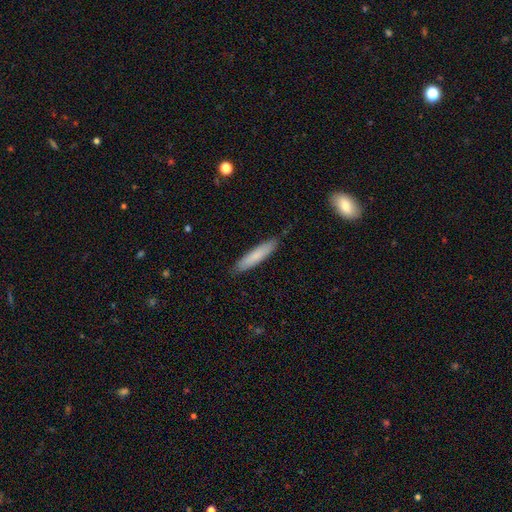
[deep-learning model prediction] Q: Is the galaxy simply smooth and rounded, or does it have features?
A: smooth — 78%.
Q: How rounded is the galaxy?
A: cigar-shaped — 86%.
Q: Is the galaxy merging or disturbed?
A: none — 88%.